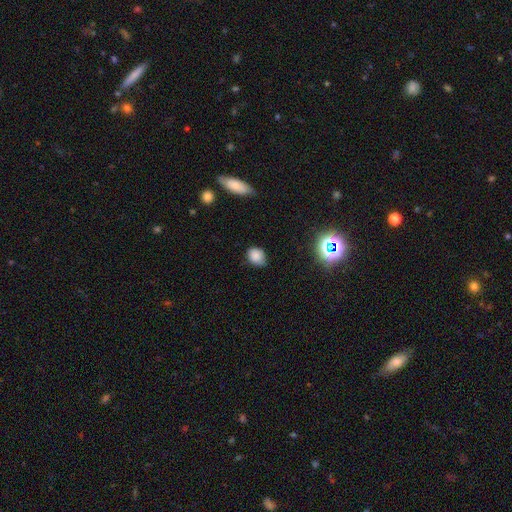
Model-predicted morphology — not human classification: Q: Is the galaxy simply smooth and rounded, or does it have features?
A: smooth — 82%.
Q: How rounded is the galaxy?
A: round — 50%.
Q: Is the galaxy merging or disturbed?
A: none — 64%.